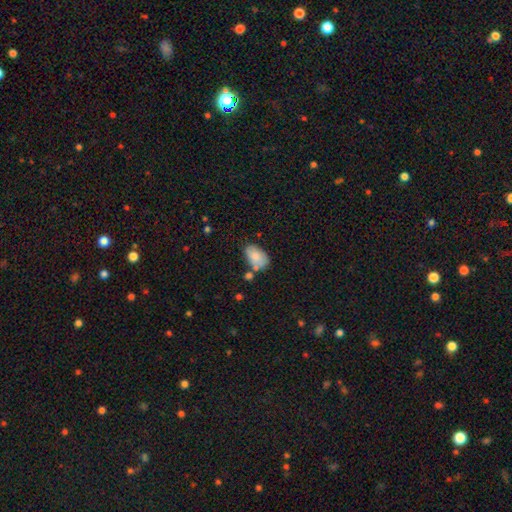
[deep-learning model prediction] Smooth or featured: smooth — 80% (featured or disk — 13%)
How rounded: in between — 91% (round — 8%)
Merging: none — 54% (minor disturbance — 25%)